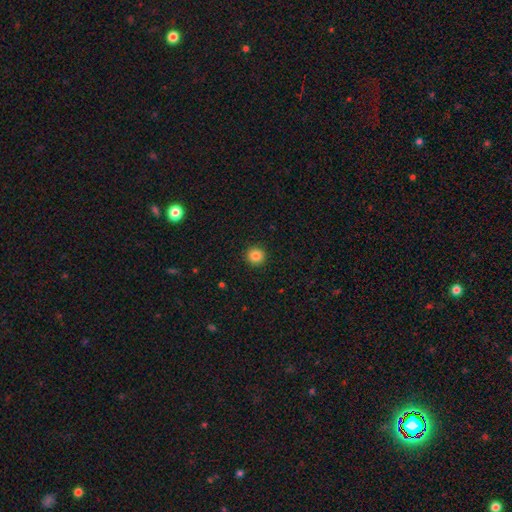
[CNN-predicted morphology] type=smooth (85%); roundness=round (94%); merging=none (93%).